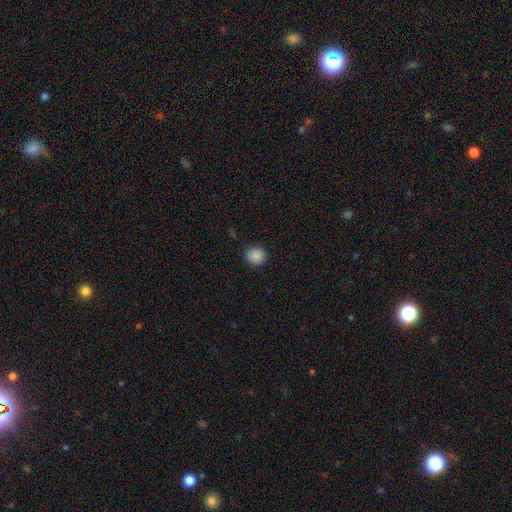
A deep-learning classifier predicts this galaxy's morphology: Smooth or featured: smooth — 88% (star or artifact — 10%)
How rounded: round — 87% (in between — 12%)
Merging: none — 88% (minor disturbance — 9%)